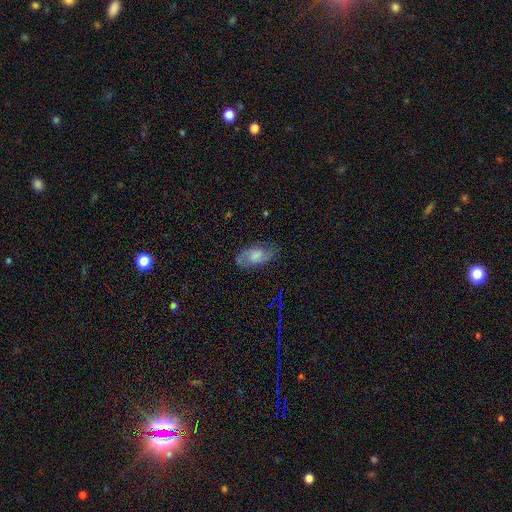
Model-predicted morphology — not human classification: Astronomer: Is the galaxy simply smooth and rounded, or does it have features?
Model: smooth — 56% (runner-up: featured or disk, 35%).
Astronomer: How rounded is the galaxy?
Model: in between — 91%.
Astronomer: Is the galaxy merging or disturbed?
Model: none — 66%.